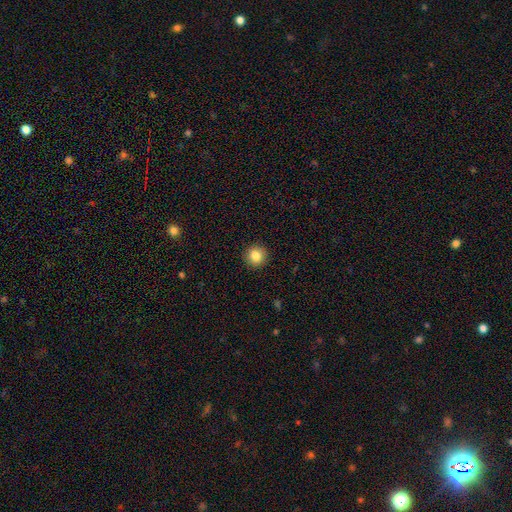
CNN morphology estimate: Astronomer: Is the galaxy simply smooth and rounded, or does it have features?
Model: smooth — 85%.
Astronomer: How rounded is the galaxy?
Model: round — 91%.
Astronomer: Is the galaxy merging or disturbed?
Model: none — 92%.